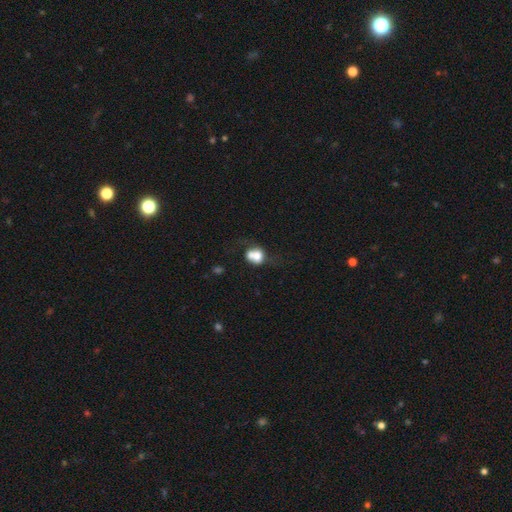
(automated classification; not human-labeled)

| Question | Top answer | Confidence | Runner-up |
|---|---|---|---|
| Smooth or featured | smooth | 67% | featured or disk (23%) |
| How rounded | round | 60% | in between (39%) |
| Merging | merger | 54% | none (25%) |